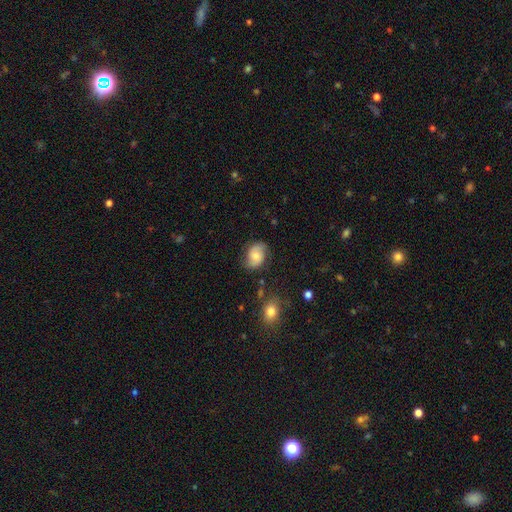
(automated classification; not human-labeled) A smooth galaxy with no disk features (52%) that is in between round and cigar-shaped (69%). Merging: none (71%).